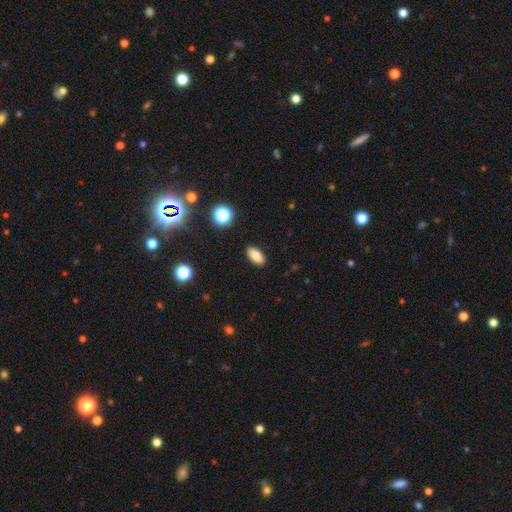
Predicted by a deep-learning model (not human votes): The model was most divided on "smooth or featured": smooth: 83%, star or artifact: 10%, featured or disk: 7%. More confident: merging — none (90%); how rounded — in between (88%).